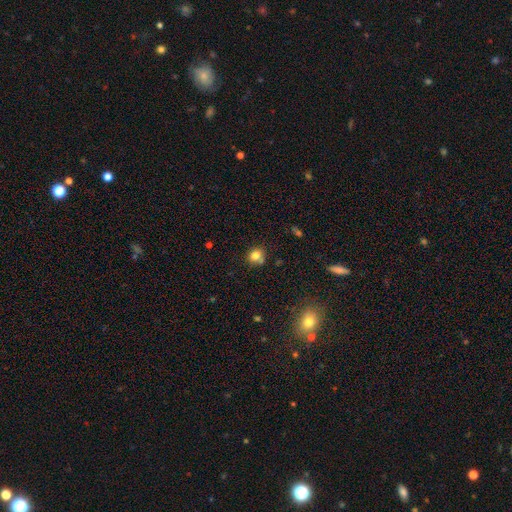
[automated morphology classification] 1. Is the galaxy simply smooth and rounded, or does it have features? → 79% smooth, 12% star or artifact, 8% featured or disk.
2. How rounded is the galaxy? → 76% round, 23% in between, 1% cigar-shaped.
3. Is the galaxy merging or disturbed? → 66% none, 16% merger, 14% minor disturbance, 4% major disturbance.